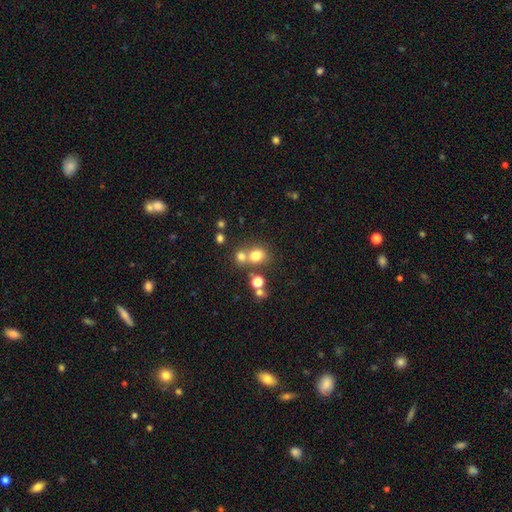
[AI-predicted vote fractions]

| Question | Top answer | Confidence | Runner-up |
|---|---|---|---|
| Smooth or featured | smooth | 74% | star or artifact (16%) |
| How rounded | round | 66% | in between (33%) |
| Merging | none | 50% | merger (37%) |